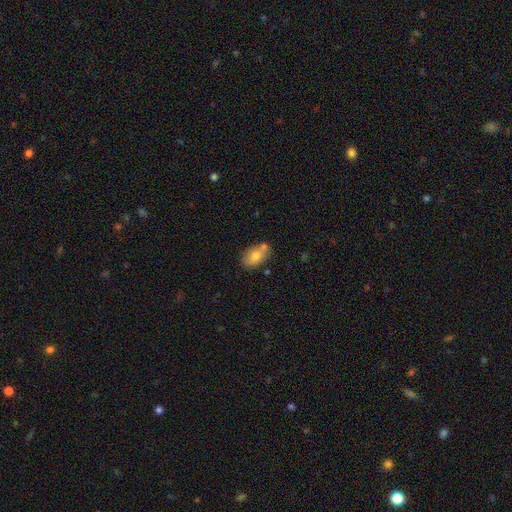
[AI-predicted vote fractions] Smooth or featured? Predicted: smooth (p=0.73). How rounded? Predicted: in between (p=0.87). Merging? Predicted: none (p=0.63).